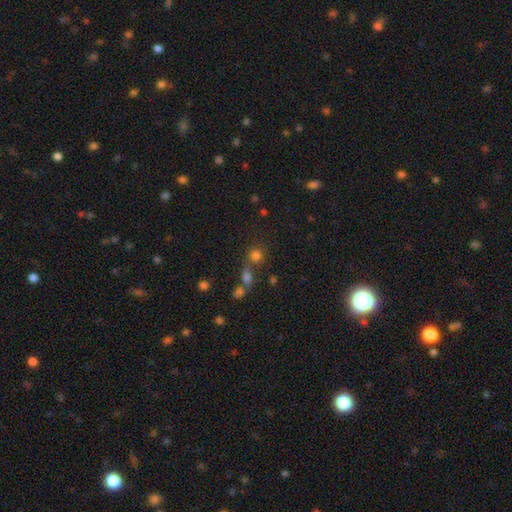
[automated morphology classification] Smooth or featured? Predicted: smooth (p=0.73). How rounded? Predicted: round (p=0.84). Merging? Predicted: none (p=0.53).